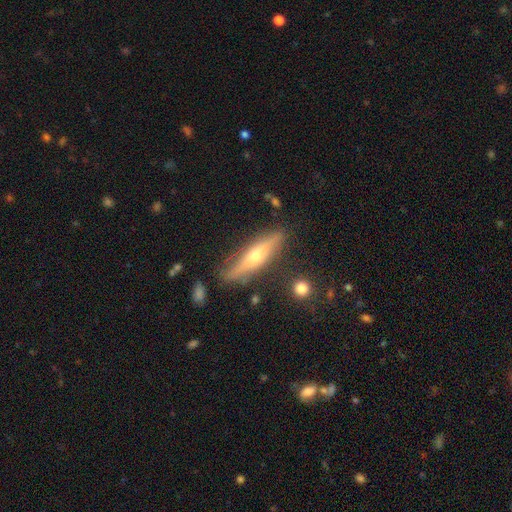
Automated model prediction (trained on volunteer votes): Smooth or featured?
  - featured or disk: 60% *
  - smooth: 33%
  - star or artifact: 7%
Edge-on disk?
  - yes: 91% *
  - no: 9%
Edge-on bulge?
  - rounded: 87% *
  - none: 9%
  - boxy: 4%
Merging?
  - none: 81% *
  - minor disturbance: 13%
  - major disturbance: 3%
  - merger: 2%